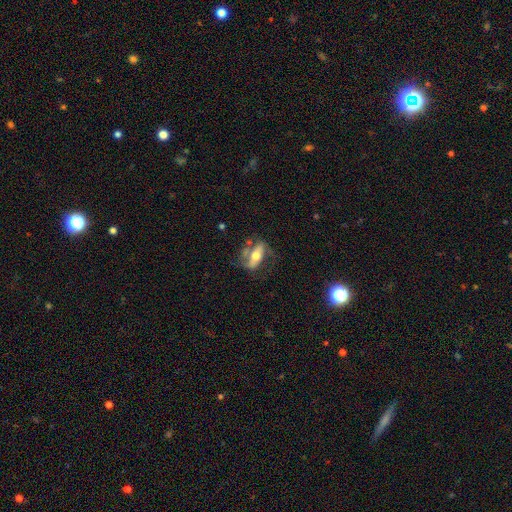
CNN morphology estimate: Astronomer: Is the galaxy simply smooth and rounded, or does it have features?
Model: featured or disk — 64%.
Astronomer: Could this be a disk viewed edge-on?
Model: no — 76%.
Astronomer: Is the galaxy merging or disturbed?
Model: none — 50%.